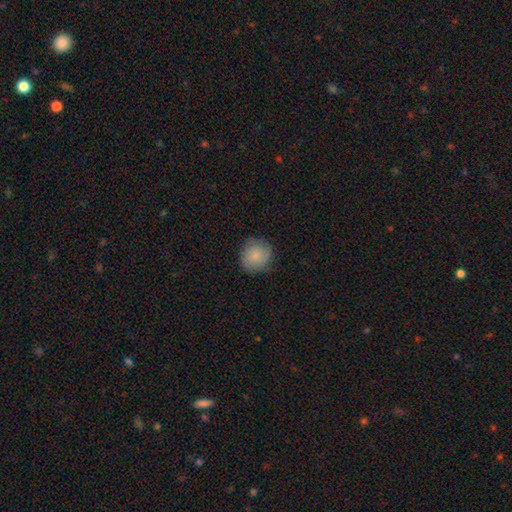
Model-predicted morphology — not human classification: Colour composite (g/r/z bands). It shows a smooth galaxy with no disk features (85%) that is round (88%). Merging: none (83%).